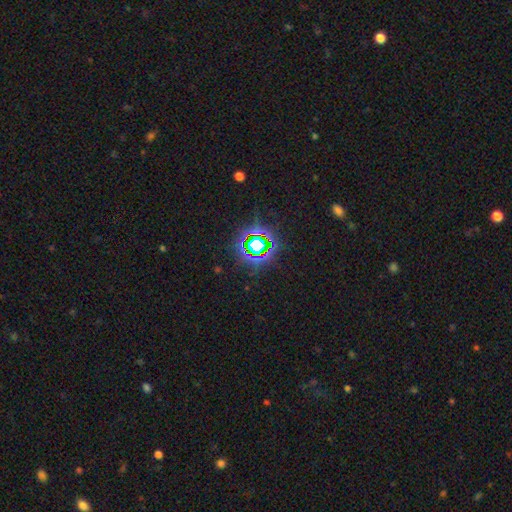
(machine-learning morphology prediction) smooth_or_featured: star or artifact (p=0.78) [alt: smooth p=0.13]